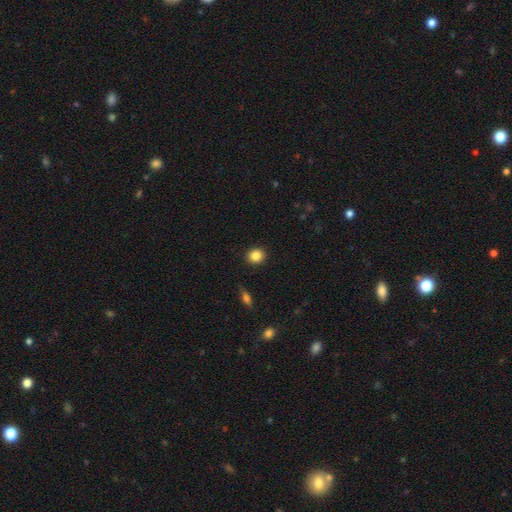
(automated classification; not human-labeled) A smooth galaxy with no disk features (86%) that is round (80%).

Vote fractions:
- Smooth or featured? smooth: 86% / star or artifact: 10% / featured or disk: 5%
- How rounded? round: 80% / in between: 19% / cigar-shaped: 1%
- Merging? none: 91% / minor disturbance: 6% / major disturbance: 2% / merger: 1%